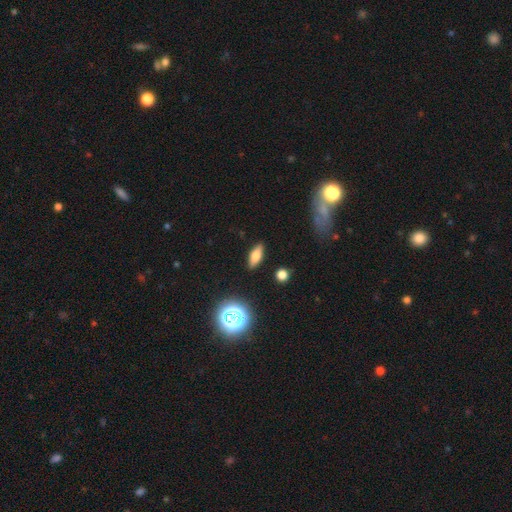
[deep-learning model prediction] Smooth or featured?
  - smooth: 66% *
  - featured or disk: 23%
  - star or artifact: 11%
How rounded?
  - in between: 67% *
  - cigar-shaped: 28%
  - round: 5%
Merging?
  - none: 87% *
  - minor disturbance: 9%
  - major disturbance: 2%
  - merger: 2%